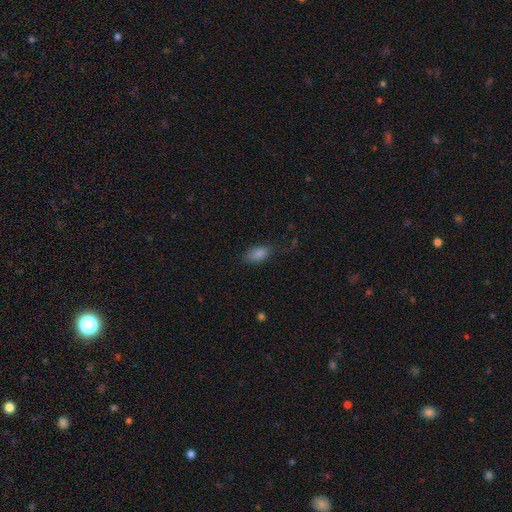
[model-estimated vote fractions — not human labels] smooth_or_featured: smooth (p=0.78) [alt: star or artifact p=0.14]
how_rounded: in between (p=0.86) [alt: cigar-shaped p=0.08]
merging: none (p=0.70) [alt: minor disturbance p=0.20]